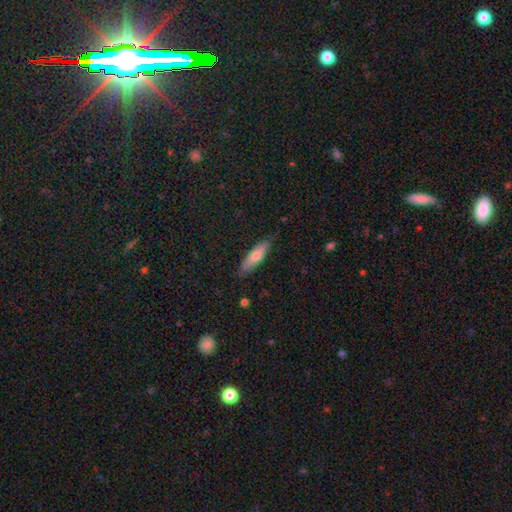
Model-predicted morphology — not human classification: Smooth or featured? smooth (71%)
How rounded? cigar-shaped (59%)
Merging? none (80%)